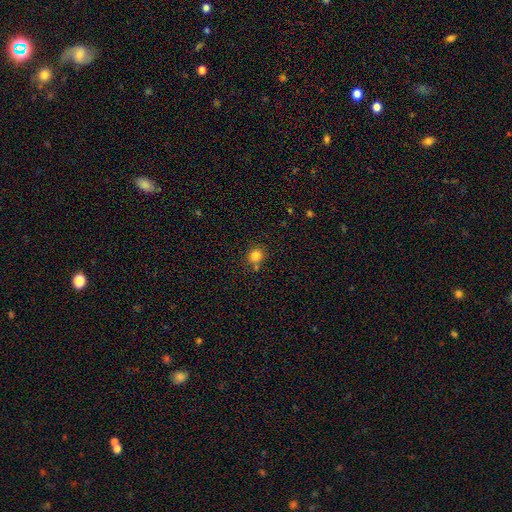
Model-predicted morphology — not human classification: A smooth galaxy with no disk features (83%) that is round (80%).

Vote fractions:
- Smooth or featured? smooth: 83% / star or artifact: 12% / featured or disk: 6%
- How rounded? round: 80% / in between: 19% / cigar-shaped: 1%
- Merging? none: 73% / merger: 12% / minor disturbance: 12% / major disturbance: 3%